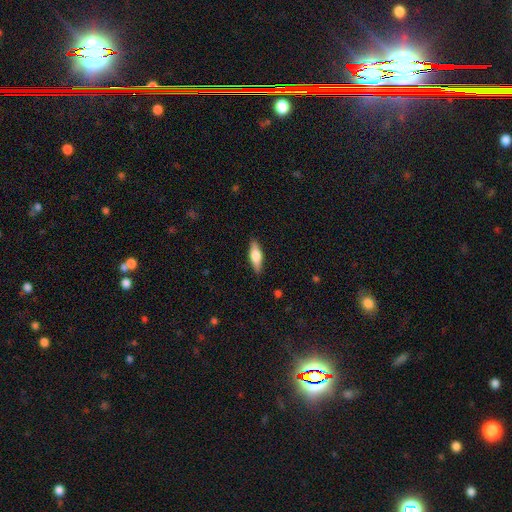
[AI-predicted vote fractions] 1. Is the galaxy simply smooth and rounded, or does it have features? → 60% smooth, 34% featured or disk, 6% star or artifact.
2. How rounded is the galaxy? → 56% in between, 42% cigar-shaped, 2% round.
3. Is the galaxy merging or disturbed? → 87% none, 10% minor disturbance, 2% major disturbance, 1% merger.